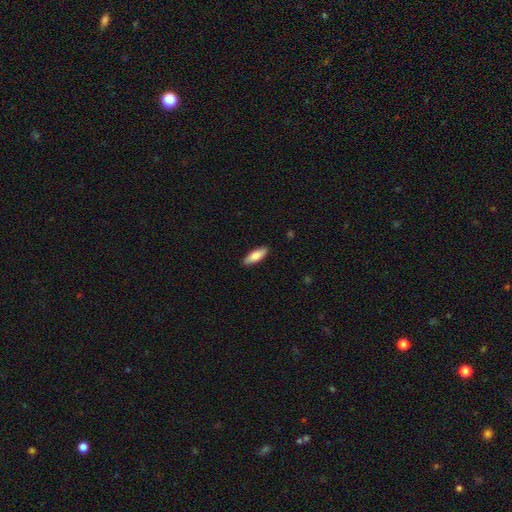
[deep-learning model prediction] Overall: smooth (81%). How rounded: in between (62%; cigar-shaped 36%). Merging: none (89%).